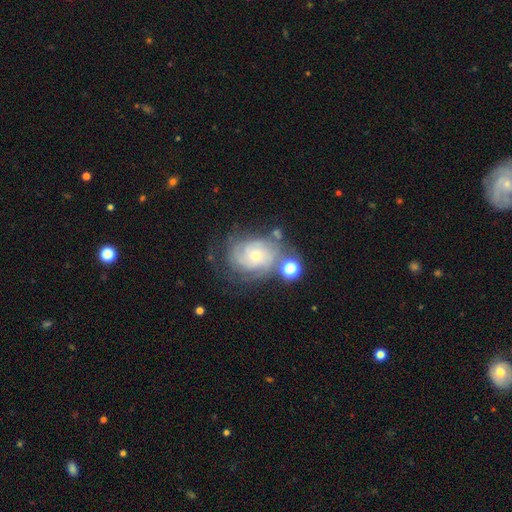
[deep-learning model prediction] Smooth or featured? featured or disk (76%)
Edge-on disk? no (97%)
Bar? no (79%)
Spiral arms? yes (92%)
Spiral winding? tight (69%)
Spiral arm count? can't tell (42%)
Bulge size? small (65%)
Merging? none (58%)